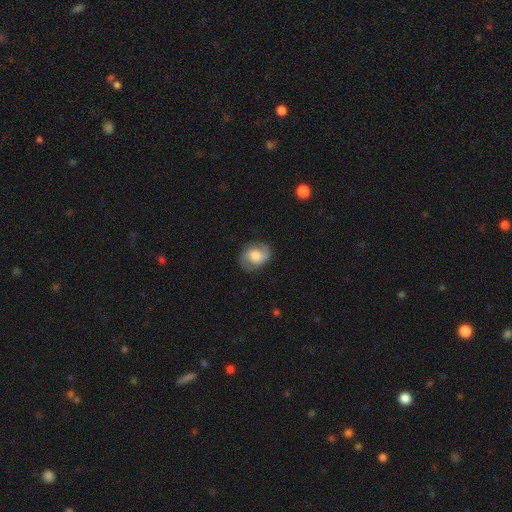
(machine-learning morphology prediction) Q: Smooth or featured?
A: featured or disk (67%); runner-up: smooth (26%)
Q: Edge-on disk?
A: no (97%); runner-up: yes (3%)
Q: Bar?
A: no (57%); runner-up: weak (35%)
Q: Spiral arms?
A: yes (92%); runner-up: no (8%)
Q: Spiral winding?
A: medium (49%); runner-up: loose (28%)
Q: Spiral arm count?
A: 2 (90%); runner-up: can't tell (4%)
Q: Bulge size?
A: moderate (41%); runner-up: large (33%)
Q: Merging?
A: none (81%); runner-up: minor disturbance (13%)